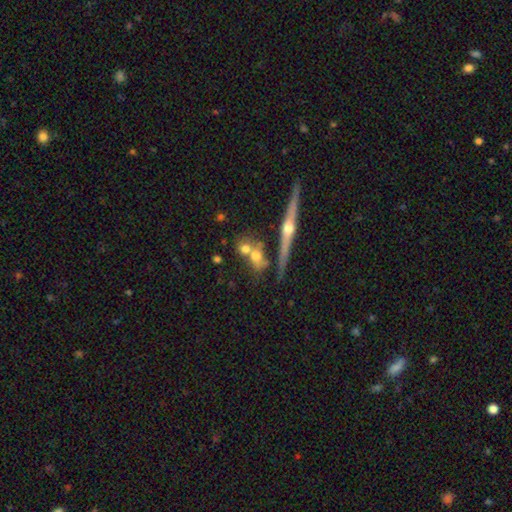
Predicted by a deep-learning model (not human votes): Smooth or featured? smooth (54%)
How rounded? round (57%)
Merging? none (47%)